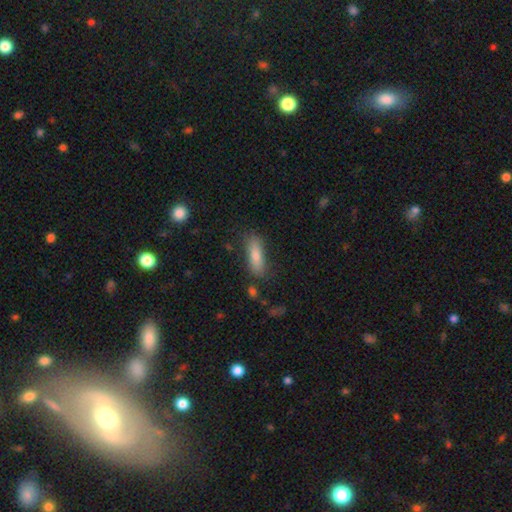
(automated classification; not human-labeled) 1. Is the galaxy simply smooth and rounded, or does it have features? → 79% smooth, 13% featured or disk, 8% star or artifact.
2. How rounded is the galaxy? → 50% cigar-shaped, 48% in between, 2% round.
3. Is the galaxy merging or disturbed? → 77% none, 16% minor disturbance, 4% major disturbance, 3% merger.